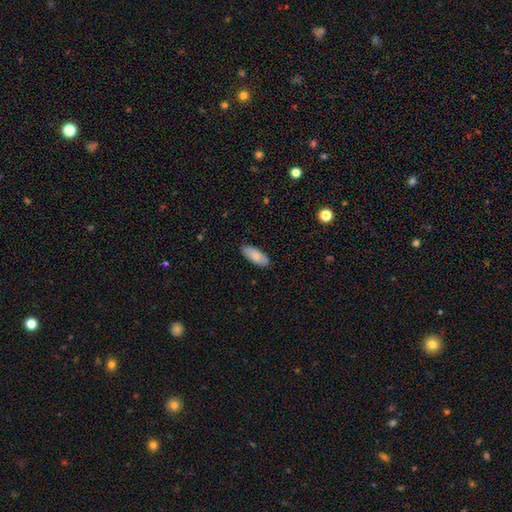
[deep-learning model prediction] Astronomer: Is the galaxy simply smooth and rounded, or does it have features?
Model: smooth — 83%.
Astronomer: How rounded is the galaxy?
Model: in between — 81%.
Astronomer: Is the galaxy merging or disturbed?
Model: none — 87%.